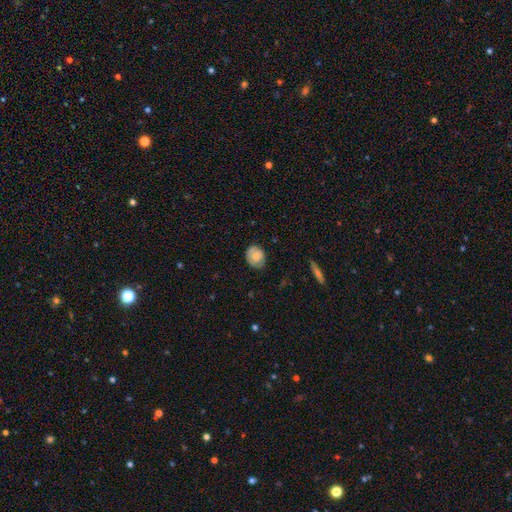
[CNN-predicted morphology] Q: Smooth or featured?
A: smooth (72%); runner-up: featured or disk (20%)
Q: How rounded?
A: in between (51%); runner-up: round (48%)
Q: Merging?
A: none (72%); runner-up: minor disturbance (22%)